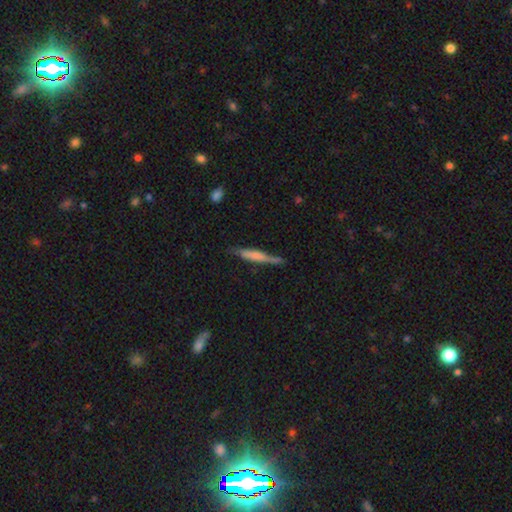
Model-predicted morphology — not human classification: Q: Smooth or featured?
A: smooth (53%); runner-up: featured or disk (41%)
Q: How rounded?
A: cigar-shaped (91%); runner-up: in between (7%)
Q: Merging?
A: none (67%); runner-up: minor disturbance (23%)